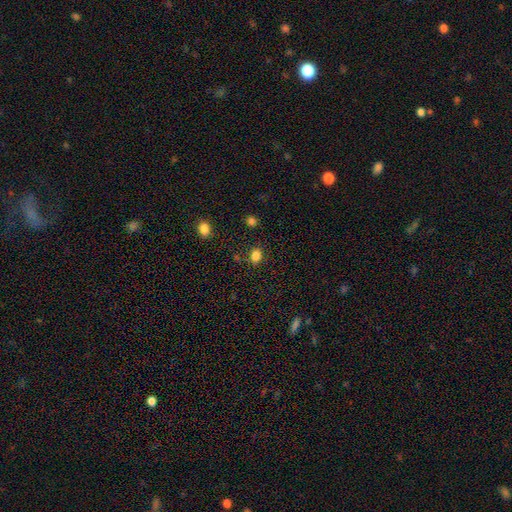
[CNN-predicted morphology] Overall: smooth (83%). How rounded: in between (54%; round 45%). Merging: none (82%).